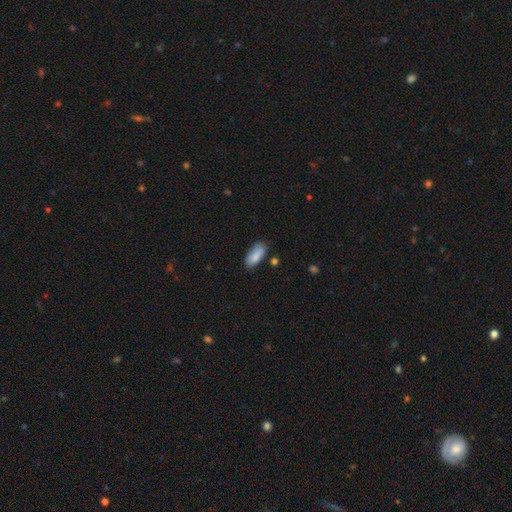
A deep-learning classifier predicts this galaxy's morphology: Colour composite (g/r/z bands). It shows a smooth galaxy with no disk features (86%) that is in between round and cigar-shaped (84%). Merging: none (80%).